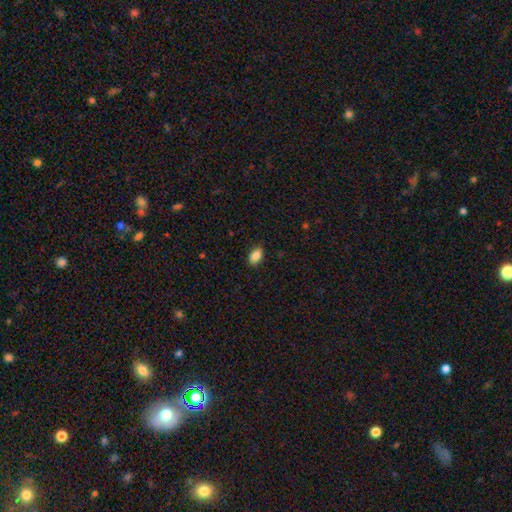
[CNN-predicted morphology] smooth_or_featured: smooth (p=0.86) [alt: star or artifact p=0.08]
how_rounded: in between (p=0.89) [alt: round p=0.09]
merging: none (p=0.88) [alt: minor disturbance p=0.09]